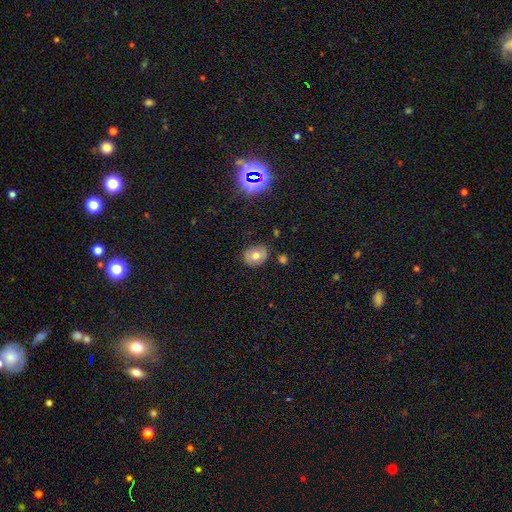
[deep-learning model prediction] smooth_or_featured: smooth (p=0.66) [alt: featured or disk p=0.22]
how_rounded: in between (p=0.50) [alt: round p=0.49]
merging: none (p=0.80) [alt: minor disturbance p=0.15]